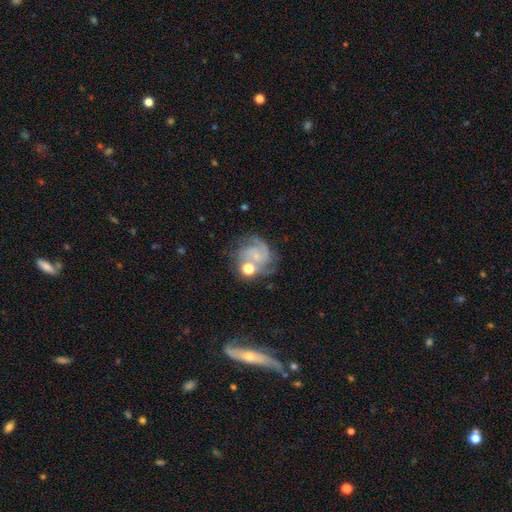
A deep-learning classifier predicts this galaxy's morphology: A featured or disk galaxy (71%) with no bar (70%), 2 (44%) tight (43%) spiral arms (91%) and a small central bulge (59%). Merging: none (50%).